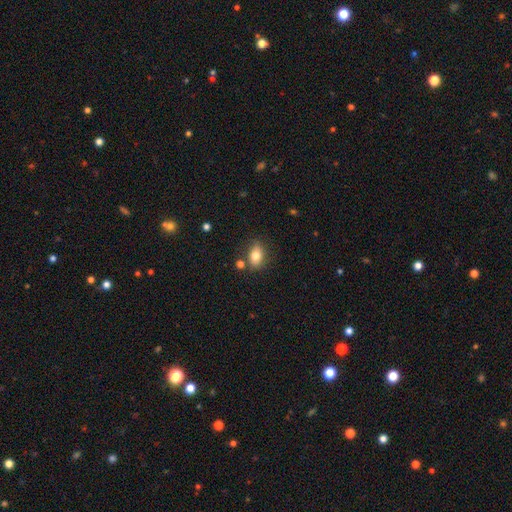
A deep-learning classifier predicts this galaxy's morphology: type=smooth (76%); roundness=in between (77%); merging=none (72%).